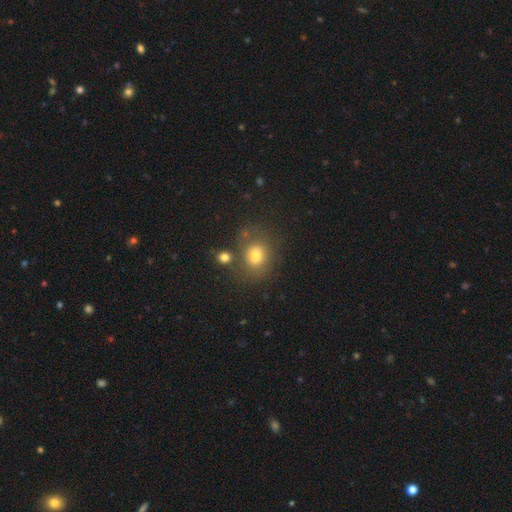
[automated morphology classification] A smooth galaxy with no disk features (75%) that is round (63%). Merging: none (65%).